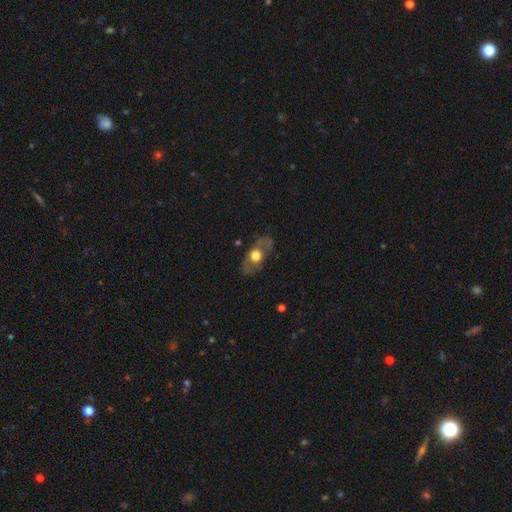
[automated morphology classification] type=featured or disk (52%); edge-on=no (79%); merging=none (74%).